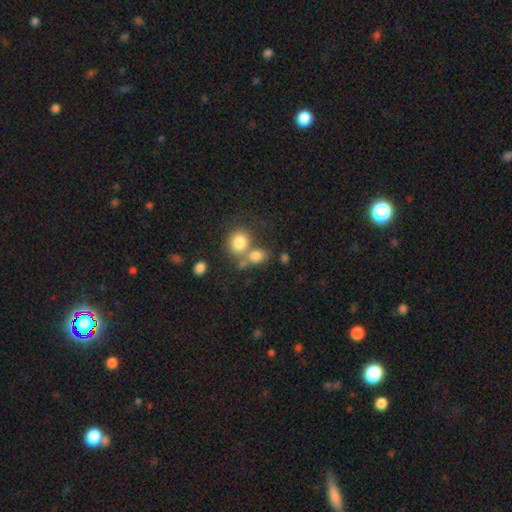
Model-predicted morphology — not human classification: This appears to be a smooth galaxy with no disk features (79%) that is in between round and cigar-shaped (50%). Merging: merger (44%).